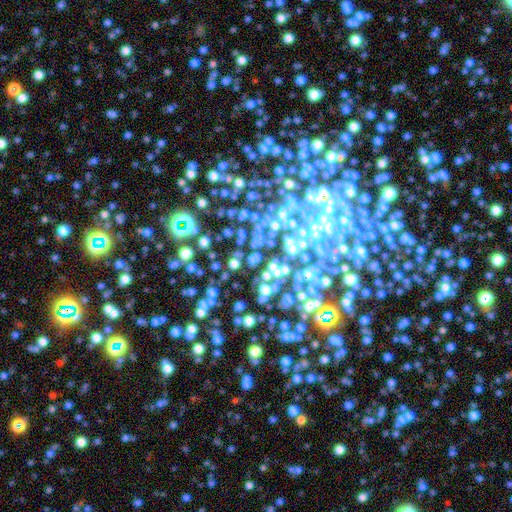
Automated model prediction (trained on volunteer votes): A star or artifact, not a galaxy (77%).

Vote fractions:
- Smooth or featured? star or artifact: 77% / smooth: 12% / featured or disk: 11%